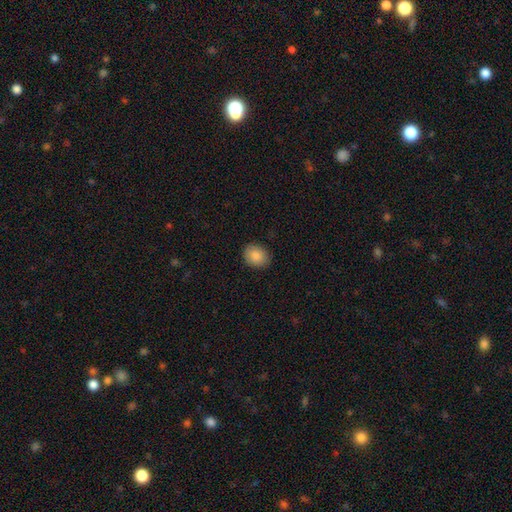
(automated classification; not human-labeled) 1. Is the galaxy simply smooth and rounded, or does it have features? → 87% smooth, 8% star or artifact, 5% featured or disk.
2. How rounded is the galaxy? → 52% round, 47% in between, 1% cigar-shaped.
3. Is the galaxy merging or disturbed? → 87% none, 10% minor disturbance, 2% major disturbance, 1% merger.